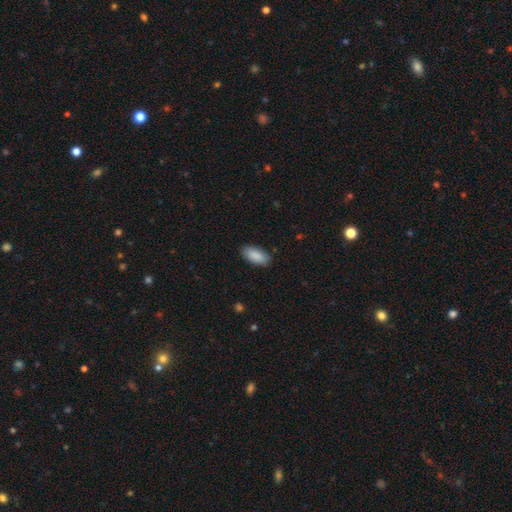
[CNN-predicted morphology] A smooth galaxy with no disk features (90%) that is in between round and cigar-shaped (90%).

Vote fractions:
- Smooth or featured? smooth: 90% / star or artifact: 6% / featured or disk: 4%
- How rounded? in between: 90% / cigar-shaped: 8% / round: 2%
- Merging? none: 87% / minor disturbance: 10% / major disturbance: 2% / merger: 1%